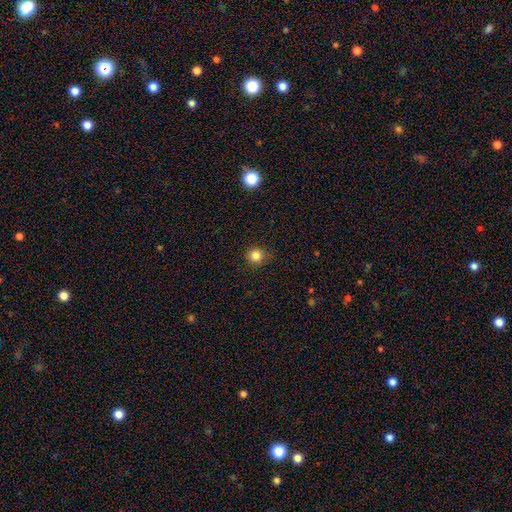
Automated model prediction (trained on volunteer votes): The model was most divided on "smooth or featured": smooth: 83%, star or artifact: 12%, featured or disk: 4%. More confident: how rounded — round (93%); merging — none (89%).